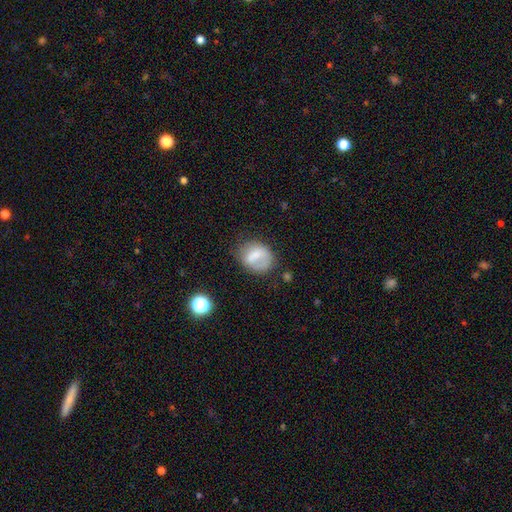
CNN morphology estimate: Q: Smooth or featured?
A: smooth (66%); runner-up: featured or disk (25%)
Q: How rounded?
A: round (50%); runner-up: in between (49%)
Q: Merging?
A: none (50%); runner-up: minor disturbance (27%)